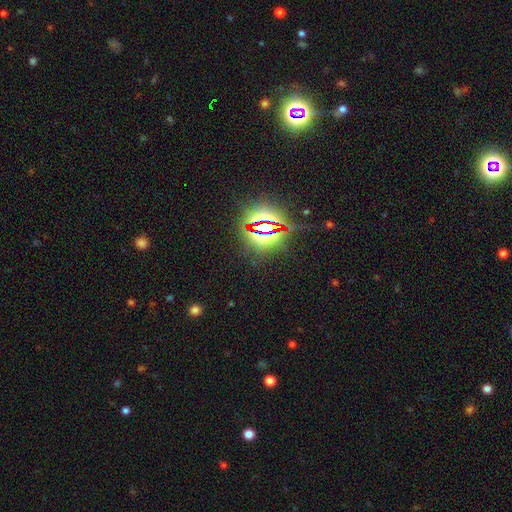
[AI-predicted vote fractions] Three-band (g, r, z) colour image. It shows a star or artifact, not a galaxy (83%).